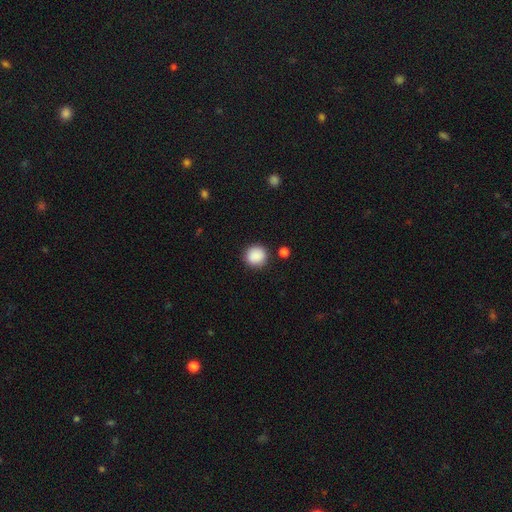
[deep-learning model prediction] Smooth or featured?
  - smooth: 89% *
  - star or artifact: 8%
  - featured or disk: 3%
How rounded?
  - round: 92% *
  - in between: 8%
  - cigar-shaped: 1%
Merging?
  - none: 88% *
  - minor disturbance: 8%
  - merger: 2%
  - major disturbance: 2%